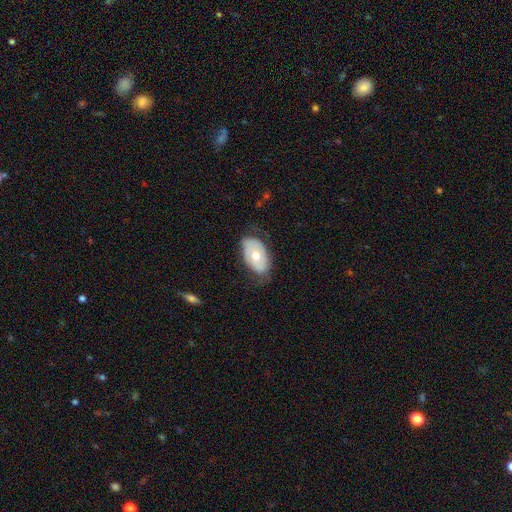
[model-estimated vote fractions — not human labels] smooth_or_featured: smooth (p=0.50) [alt: featured or disk p=0.44]
merging: none (p=0.64) [alt: minor disturbance p=0.27]